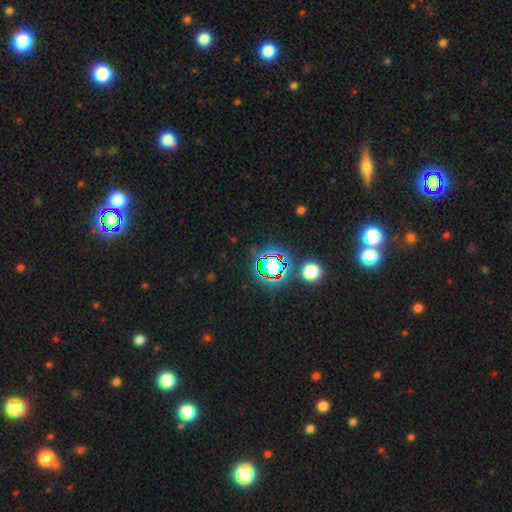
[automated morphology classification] A star or artifact, not a galaxy (73%).